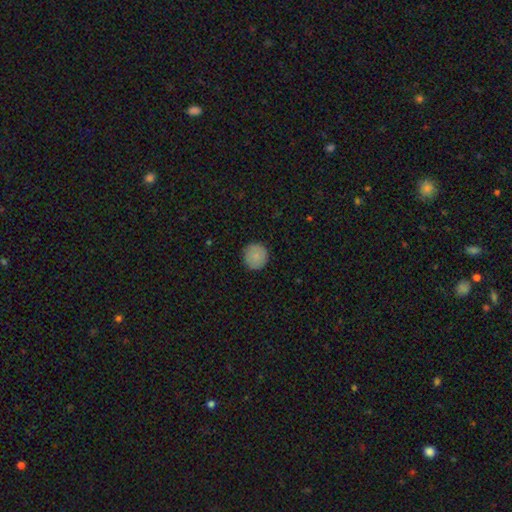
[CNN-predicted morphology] smooth_or_featured: smooth (p=0.85) [alt: star or artifact p=0.07]
how_rounded: round (p=0.95) [alt: in between p=0.04]
merging: none (p=0.90) [alt: minor disturbance p=0.07]